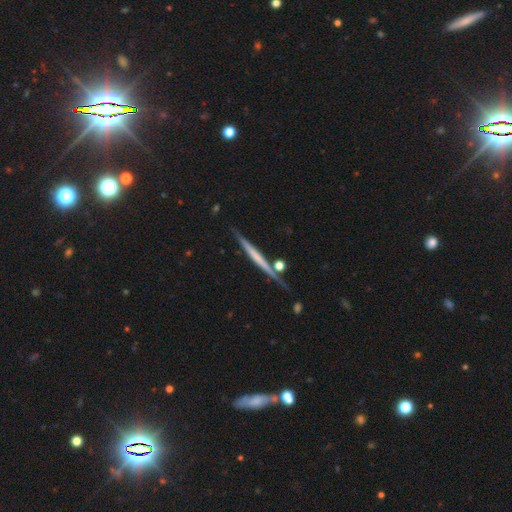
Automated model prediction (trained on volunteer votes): smooth_or_featured: featured or disk (p=0.60) [alt: smooth p=0.34]
disk_edge_on: yes (p=0.97) [alt: no p=0.03]
edge_on_bulge: none (p=0.82) [alt: rounded p=0.11]
merging: none (p=0.83) [alt: minor disturbance p=0.10]